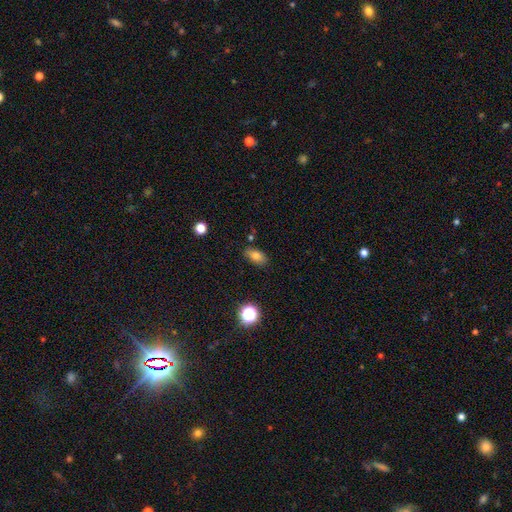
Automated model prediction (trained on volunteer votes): Morphology: type=smooth (78%); roundness=in between (85%); merging=none (79%).